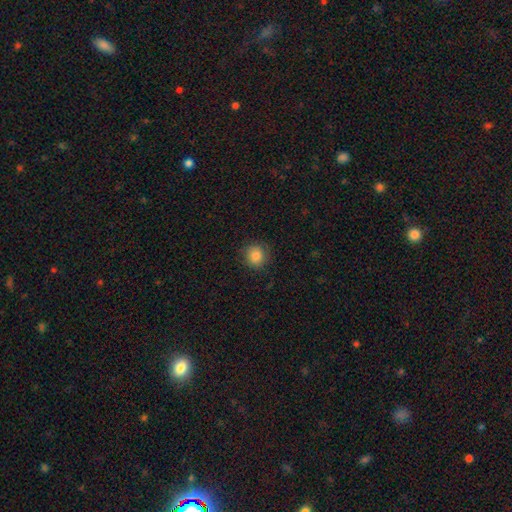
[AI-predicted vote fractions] Smooth or featured? Predicted: smooth (p=0.85). How rounded? Predicted: round (p=0.90). Merging? Predicted: none (p=0.87).